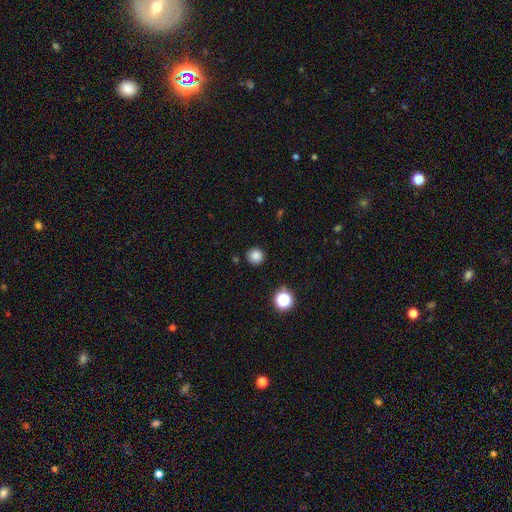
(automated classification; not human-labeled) Overall: smooth (83%). How rounded: round (94%). Merging: none (89%).